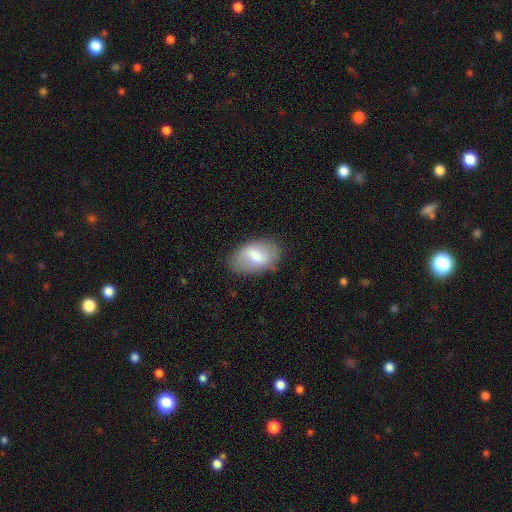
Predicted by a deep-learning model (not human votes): Smooth or featured: smooth — 63% (featured or disk — 30%)
How rounded: in between — 90% (round — 8%)
Merging: none — 77% (minor disturbance — 16%)